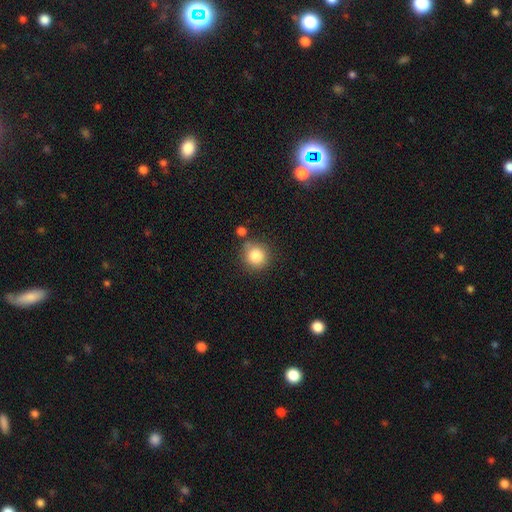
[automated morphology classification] Smooth or featured: smooth — 84% (star or artifact — 10%)
How rounded: round — 92% (in between — 7%)
Merging: none — 75% (minor disturbance — 12%)